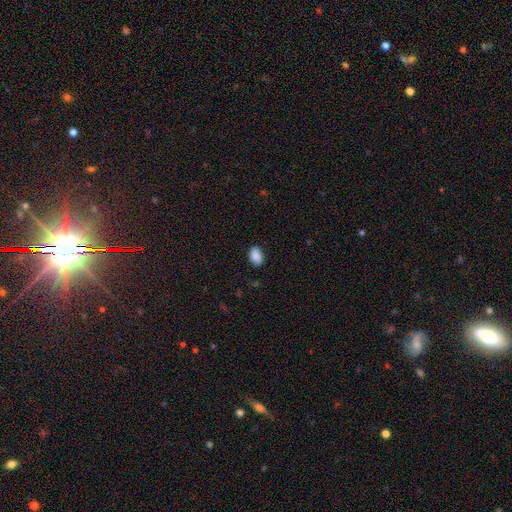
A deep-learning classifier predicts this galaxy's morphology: Smooth or featured: smooth — 89% (star or artifact — 7%)
How rounded: in between — 89% (round — 9%)
Merging: none — 87% (minor disturbance — 10%)